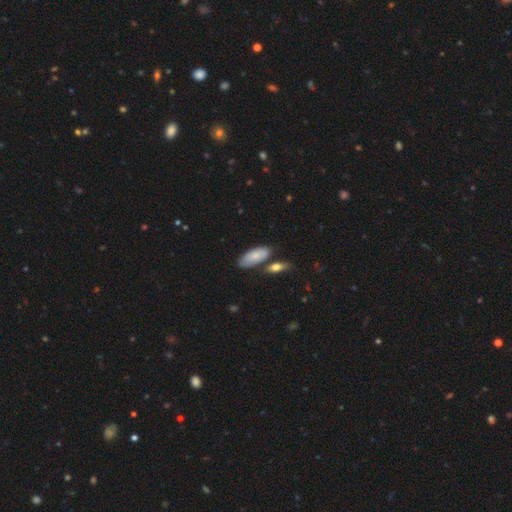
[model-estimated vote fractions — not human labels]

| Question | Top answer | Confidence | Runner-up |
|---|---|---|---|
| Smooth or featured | smooth | 77% | featured or disk (17%) |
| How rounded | in between | 85% | cigar-shaped (12%) |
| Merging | none | 67% | minor disturbance (16%) |